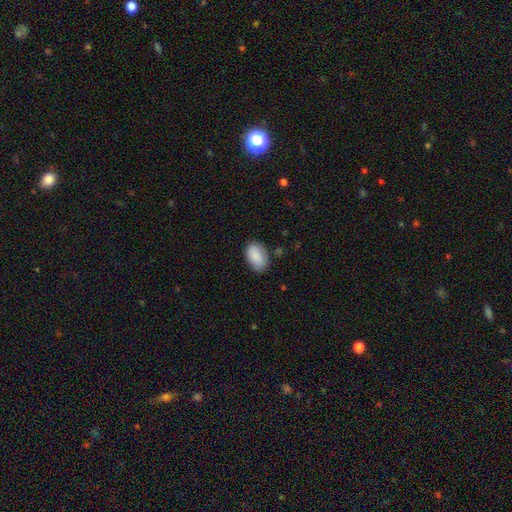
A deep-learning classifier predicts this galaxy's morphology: smooth-or-featured: smooth: 89% | star or artifact: 6% | featured or disk: 5%
  how-rounded: in between: 92% | round: 7% | cigar-shaped: 1%
  merging: none: 80% | minor disturbance: 15% | major disturbance: 3% | merger: 2%